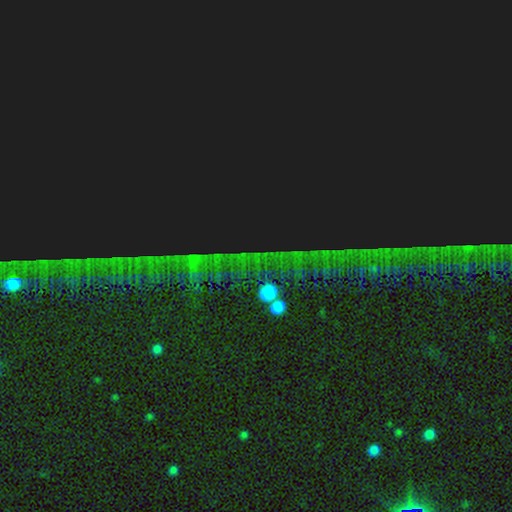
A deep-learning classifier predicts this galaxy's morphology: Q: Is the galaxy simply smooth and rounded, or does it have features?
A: star or artifact — 79%.